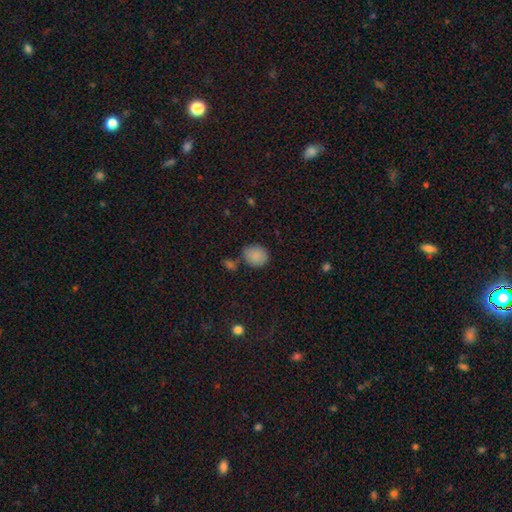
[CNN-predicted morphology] smooth_or_featured: smooth (p=0.87) [alt: star or artifact p=0.09]
how_rounded: round (p=0.68) [alt: in between p=0.31]
merging: none (p=0.74) [alt: minor disturbance p=0.15]